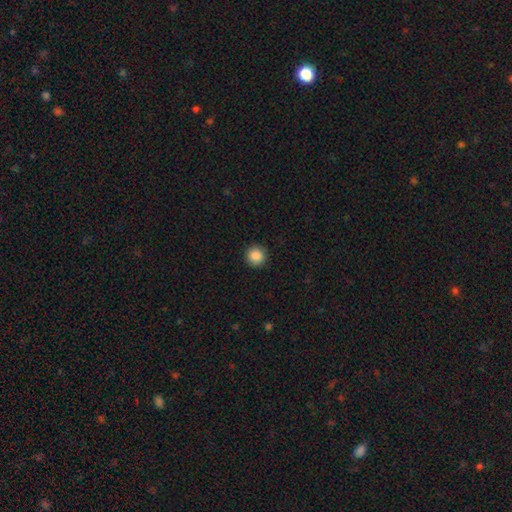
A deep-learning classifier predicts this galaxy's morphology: smooth_or_featured: smooth (p=0.87) [alt: star or artifact p=0.09]
how_rounded: round (p=0.95) [alt: in between p=0.04]
merging: none (p=0.92) [alt: minor disturbance p=0.05]